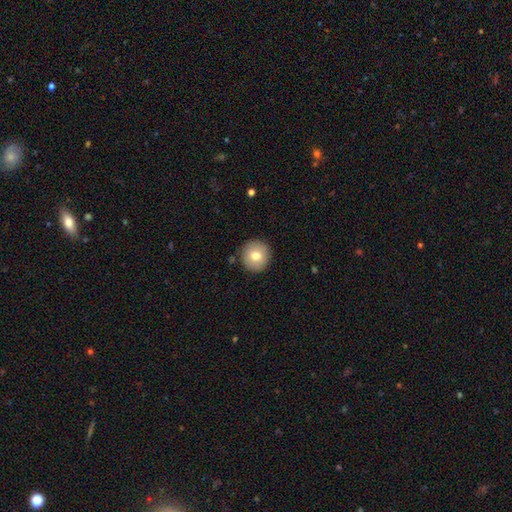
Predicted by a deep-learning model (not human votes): smooth 77%, featured or disk 15%, star or artifact 9%. Down the decision tree: how rounded — round (94%); merging — none (90%).